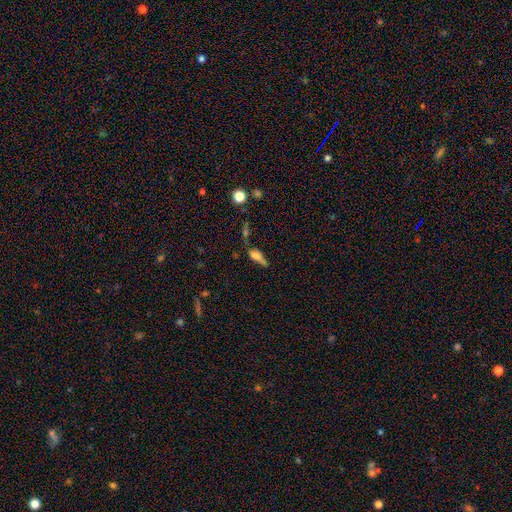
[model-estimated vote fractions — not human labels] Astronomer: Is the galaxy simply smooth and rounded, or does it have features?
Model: smooth — 60%.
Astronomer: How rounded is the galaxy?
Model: in between — 60%.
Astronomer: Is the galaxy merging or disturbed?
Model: none — 32% (runner-up: major disturbance, 23%).